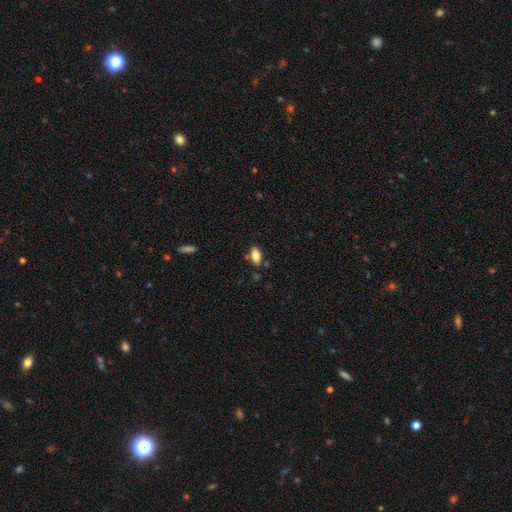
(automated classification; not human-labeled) Smooth or featured? Predicted: smooth (p=0.79). How rounded? Predicted: in between (p=0.88). Merging? Predicted: none (p=0.79).